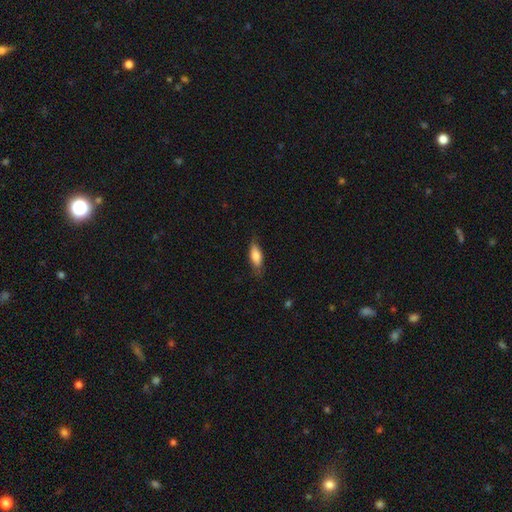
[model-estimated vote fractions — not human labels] The model was most divided on "how rounded": in between: 71%, cigar-shaped: 27%, round: 2%. More confident: smooth or featured — smooth (75%); merging — none (75%).